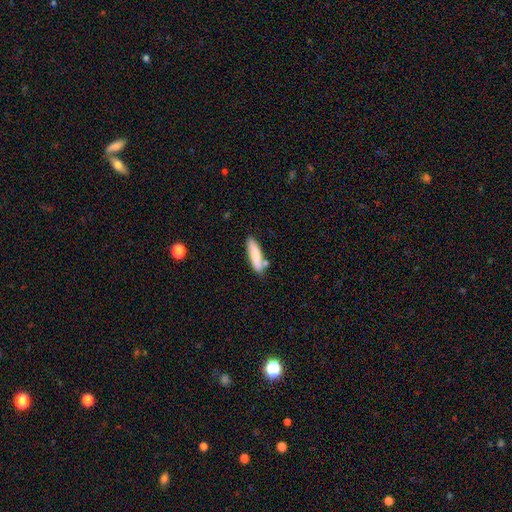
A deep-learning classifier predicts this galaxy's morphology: The model was most divided on "how rounded": cigar-shaped: 74%, in between: 24%, round: 2%. More confident: smooth or featured — smooth (79%); merging — none (75%).